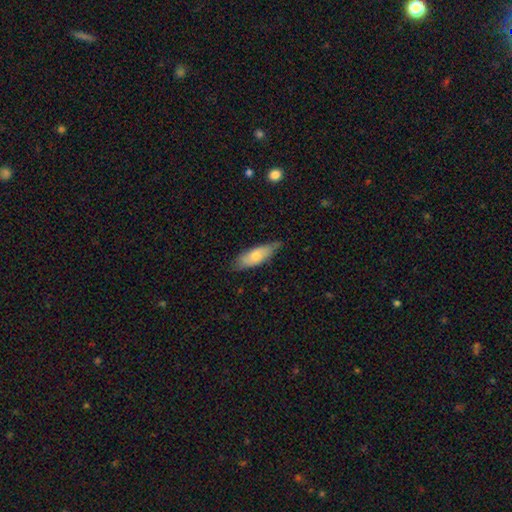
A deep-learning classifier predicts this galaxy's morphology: This appears to be a smooth galaxy with no disk features (72%) that is in between round and cigar-shaped (66%). Merging: none (68%).